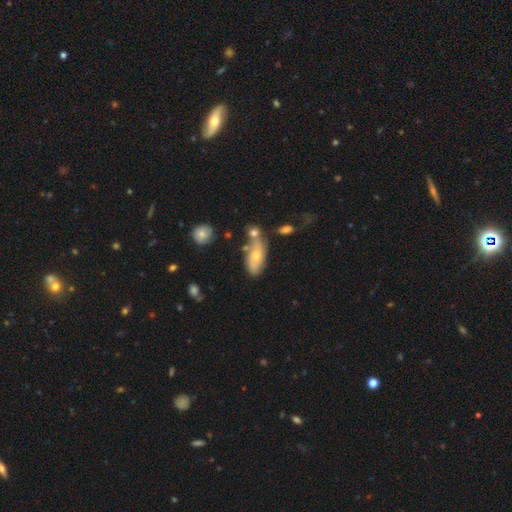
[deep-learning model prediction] Morphology: type=smooth (54%); roundness=in between (84%); merging=none (49%).